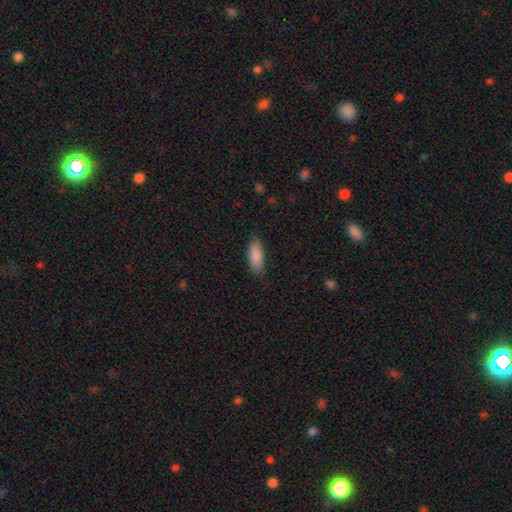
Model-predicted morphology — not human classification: This is clearly a smooth galaxy (88%). How rounded: likely in between (80%). Merging: clearly none (80%).